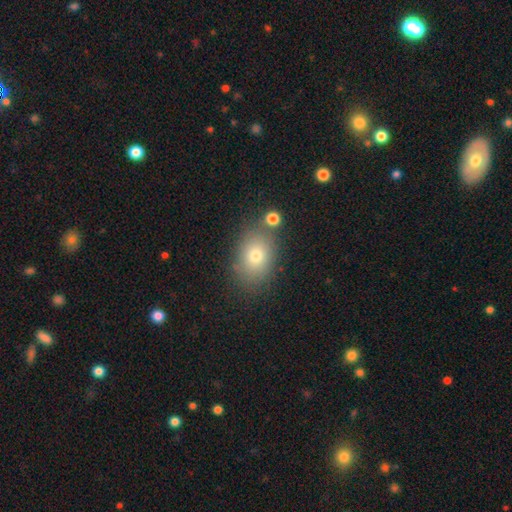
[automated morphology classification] Smooth or featured? smooth (74%)
How rounded? in between (68%)
Merging? none (75%)